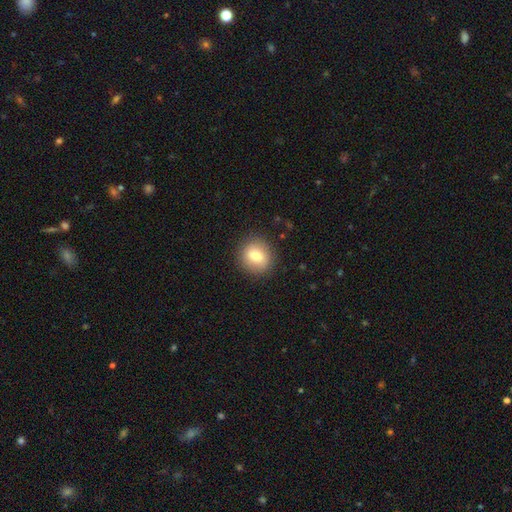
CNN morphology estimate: This is likely a smooth galaxy (78%). How rounded: clearly round (80%). Merging: clearly none (87%).